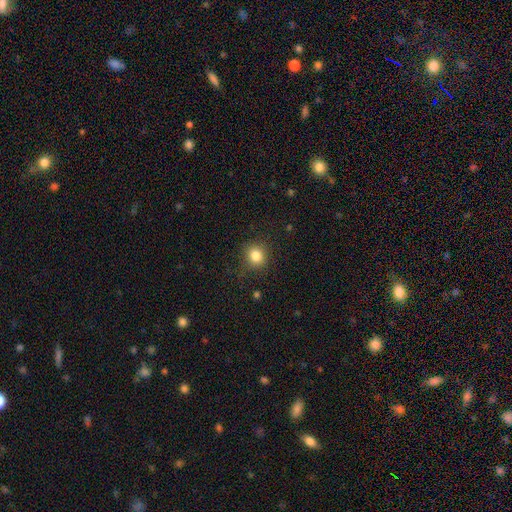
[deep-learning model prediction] A smooth galaxy with no disk features (83%) that is round (81%). Merging: none (86%).